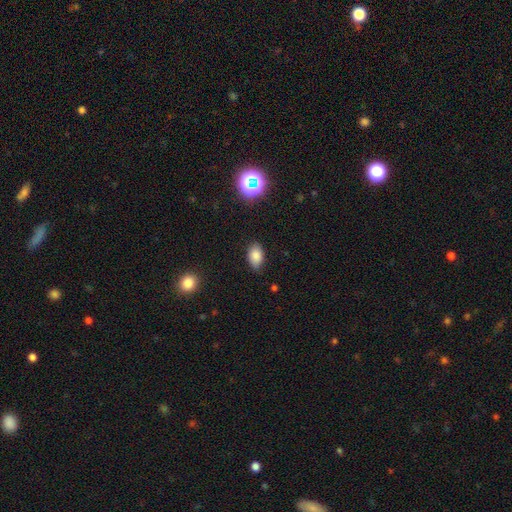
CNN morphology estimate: Smooth or featured?
  - smooth: 82% *
  - star or artifact: 12%
  - featured or disk: 6%
How rounded?
  - in between: 88% *
  - round: 10%
  - cigar-shaped: 2%
Merging?
  - none: 79% *
  - minor disturbance: 17%
  - major disturbance: 3%
  - merger: 1%